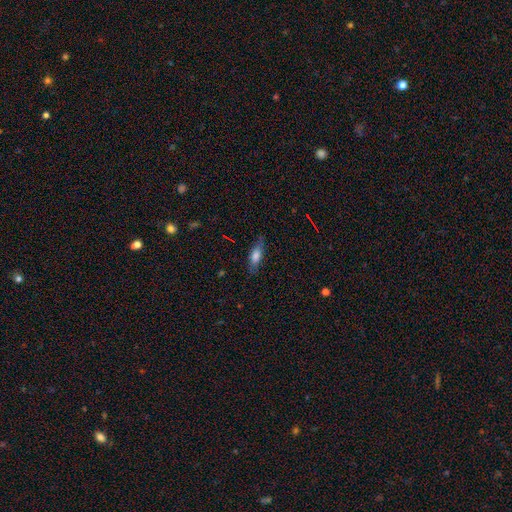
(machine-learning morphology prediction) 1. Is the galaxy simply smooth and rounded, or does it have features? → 68% smooth, 24% featured or disk, 8% star or artifact.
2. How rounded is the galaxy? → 60% in between, 37% cigar-shaped, 3% round.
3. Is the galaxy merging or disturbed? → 80% none, 15% minor disturbance, 4% major disturbance, 1% merger.